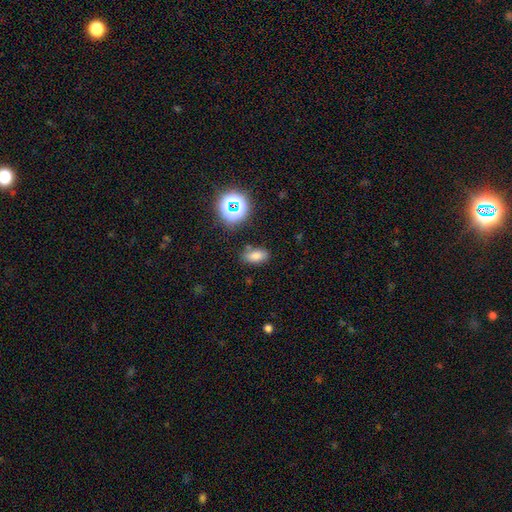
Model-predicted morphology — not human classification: The model was most divided on "smooth or featured": smooth: 75%, star or artifact: 16%, featured or disk: 9%. More confident: how rounded — in between (87%); merging — none (77%).